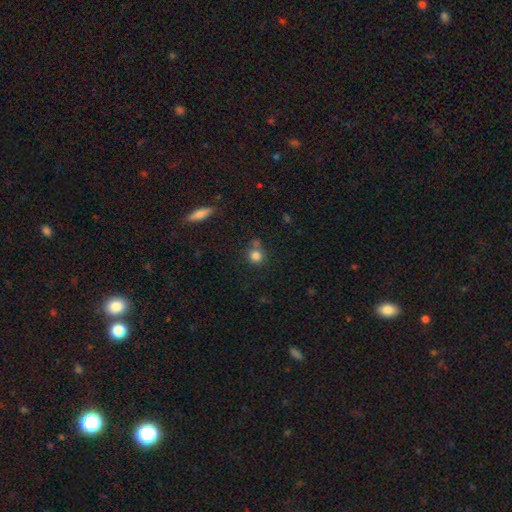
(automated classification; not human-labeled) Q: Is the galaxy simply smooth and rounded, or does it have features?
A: smooth — 81%.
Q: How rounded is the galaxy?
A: round — 87%.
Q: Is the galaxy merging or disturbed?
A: none — 62%.